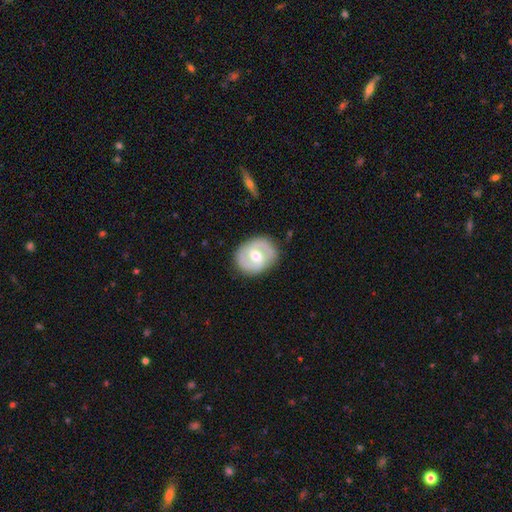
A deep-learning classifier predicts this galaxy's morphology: featured or disk 76%, smooth 19%, star or artifact 5%. Down the decision tree: edge-on disk — no (97%); bar — weak (55%); spiral arms — yes (88%); spiral arm count — 2 (80%); spiral winding — medium (49%); bulge size — moderate (72%); merging — none (83%).